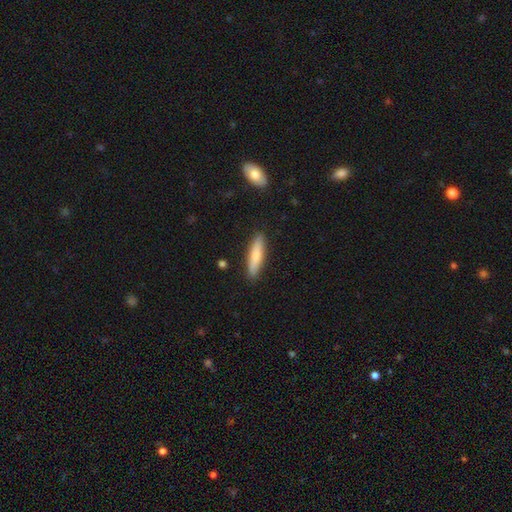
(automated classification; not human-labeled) A smooth galaxy with no disk features (74%) that is cigar-shaped (78%).

Vote fractions:
- Smooth or featured? smooth: 74% / featured or disk: 21% / star or artifact: 5%
- How rounded? cigar-shaped: 78% / in between: 21% / round: 2%
- Merging? none: 89% / minor disturbance: 8% / major disturbance: 2% / merger: 1%